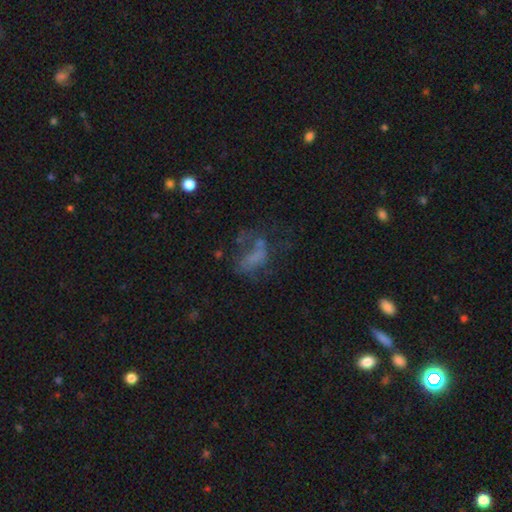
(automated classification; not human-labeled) Smooth or featured? featured or disk (40%)
Merging? major disturbance (41%)